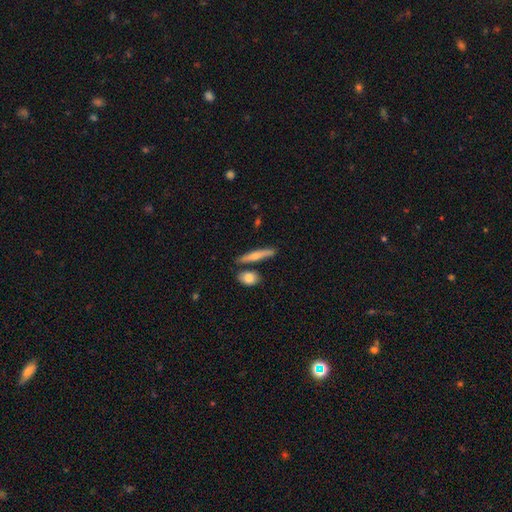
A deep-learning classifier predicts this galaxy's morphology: This appears to be a smooth galaxy with no disk features (57%) that is cigar-shaped (85%). Merging: none (76%).